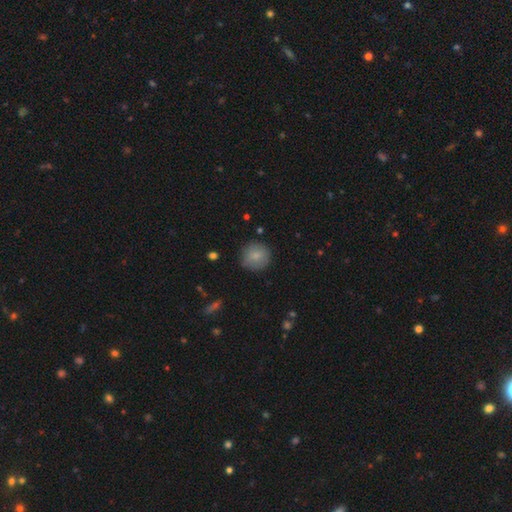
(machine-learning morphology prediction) Smooth or featured? smooth (82%)
How rounded? round (92%)
Merging? none (84%)